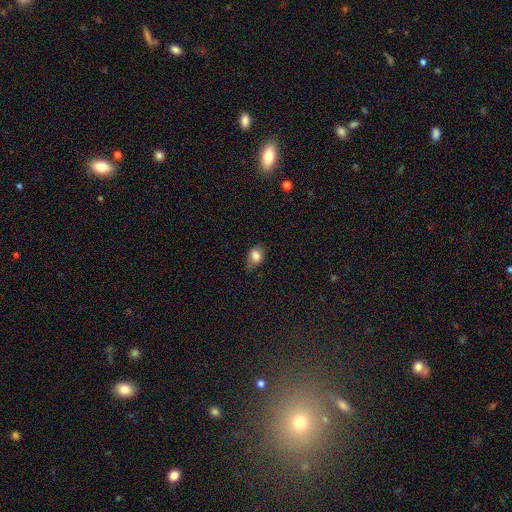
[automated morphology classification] Q: Smooth or featured?
A: smooth (80%); runner-up: star or artifact (10%)
Q: How rounded?
A: in between (70%); runner-up: round (28%)
Q: Merging?
A: none (66%); runner-up: minor disturbance (27%)